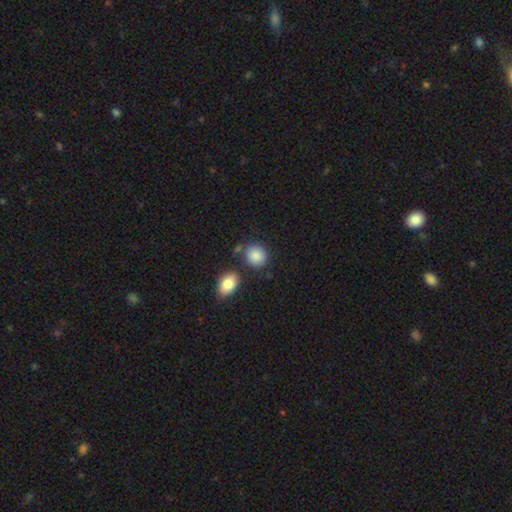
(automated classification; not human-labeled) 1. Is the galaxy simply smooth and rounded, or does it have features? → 87% smooth, 8% star or artifact, 5% featured or disk.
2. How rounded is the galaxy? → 75% round, 24% in between, 1% cigar-shaped.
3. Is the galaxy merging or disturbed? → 74% none, 12% minor disturbance, 11% merger, 4% major disturbance.